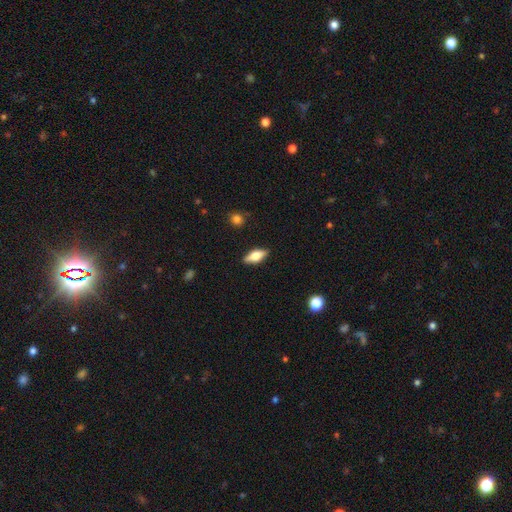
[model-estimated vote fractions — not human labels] Overall: smooth (56%; featured or disk 37%). How rounded: in between (72%). Merging: none (88%).